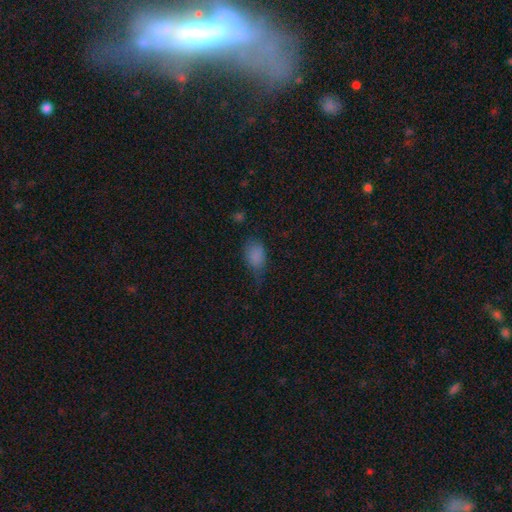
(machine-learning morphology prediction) smooth 81%, star or artifact 12%, featured or disk 7%. Down the decision tree: how rounded — in between (87%); merging — none (40%).